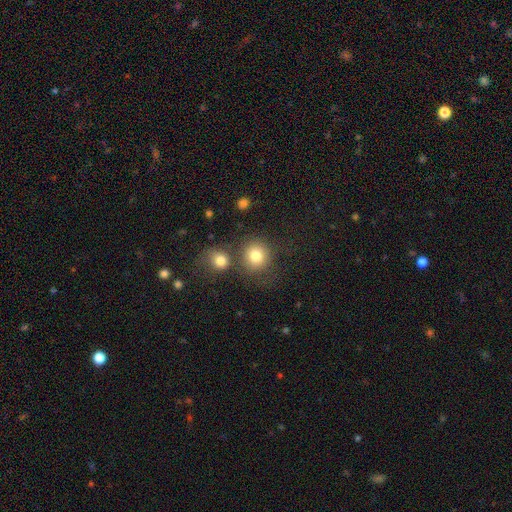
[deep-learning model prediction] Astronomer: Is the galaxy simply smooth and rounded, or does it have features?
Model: smooth — 81%.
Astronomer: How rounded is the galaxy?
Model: round — 87%.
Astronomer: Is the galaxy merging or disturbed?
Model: none — 63%.